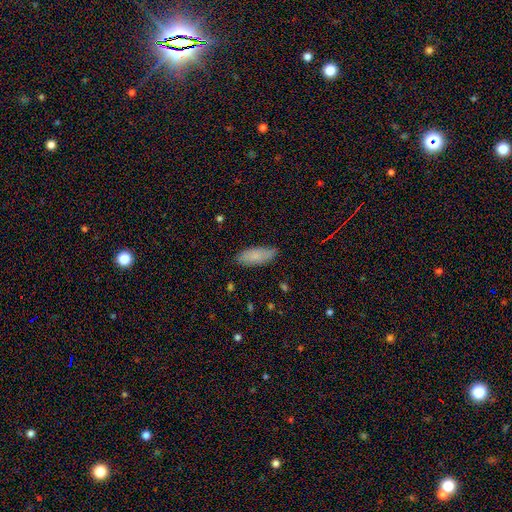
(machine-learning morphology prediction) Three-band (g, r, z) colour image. It shows a smooth galaxy with no disk features (80%) that is in between round and cigar-shaped (77%). Merging: none (79%).